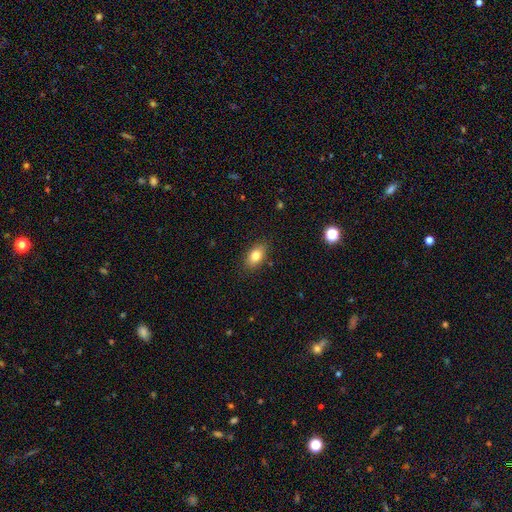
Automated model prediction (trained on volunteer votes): A smooth galaxy with no disk features (81%) that is in between round and cigar-shaped (87%). Merging: none (86%).